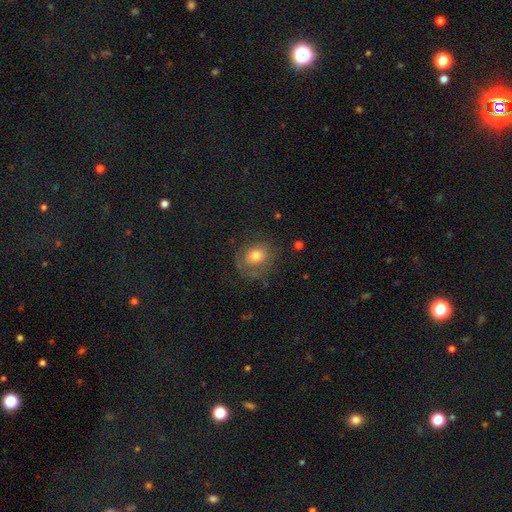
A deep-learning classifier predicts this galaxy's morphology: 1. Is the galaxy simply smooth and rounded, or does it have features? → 60% smooth, 29% featured or disk, 11% star or artifact.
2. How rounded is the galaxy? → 63% round, 35% in between, 1% cigar-shaped.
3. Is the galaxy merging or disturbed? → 64% none, 20% minor disturbance, 13% major disturbance, 2% merger.